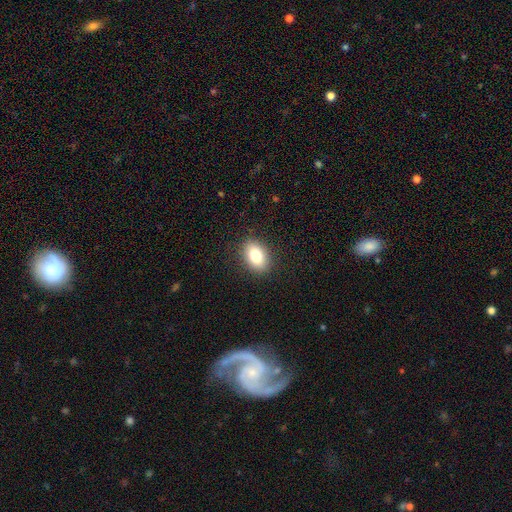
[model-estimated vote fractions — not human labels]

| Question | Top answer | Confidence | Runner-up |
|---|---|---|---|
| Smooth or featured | smooth | 81% | featured or disk (10%) |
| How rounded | in between | 83% | round (16%) |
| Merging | none | 88% | minor disturbance (9%) |